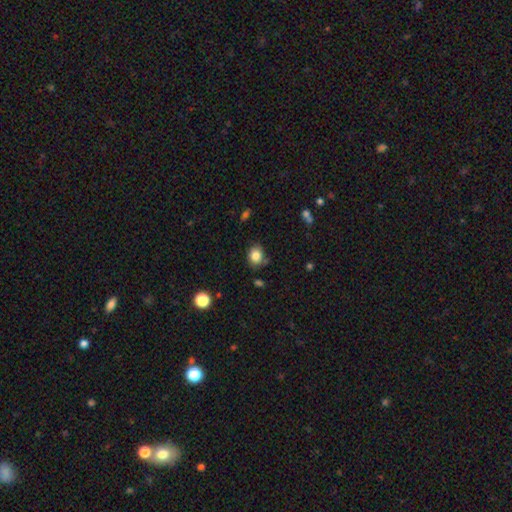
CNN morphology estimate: Q: Smooth or featured?
A: smooth (83%); runner-up: star or artifact (10%)
Q: How rounded?
A: round (55%); runner-up: in between (44%)
Q: Merging?
A: none (76%); runner-up: minor disturbance (17%)